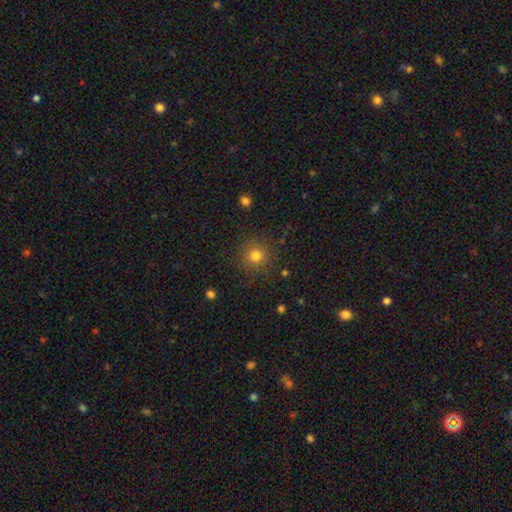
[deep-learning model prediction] A smooth galaxy with no disk features (80%) that is round (93%).

Vote fractions:
- Smooth or featured? smooth: 80% / star or artifact: 14% / featured or disk: 6%
- How rounded? round: 93% / in between: 6% / cigar-shaped: 1%
- Merging? none: 87% / minor disturbance: 8% / major disturbance: 3% / merger: 2%